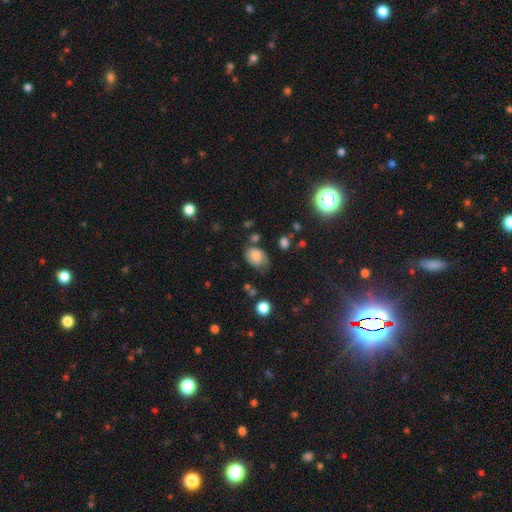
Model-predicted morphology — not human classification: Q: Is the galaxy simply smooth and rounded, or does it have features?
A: smooth — 77%.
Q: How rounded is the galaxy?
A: in between — 71%.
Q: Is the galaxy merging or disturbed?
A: none — 48%.